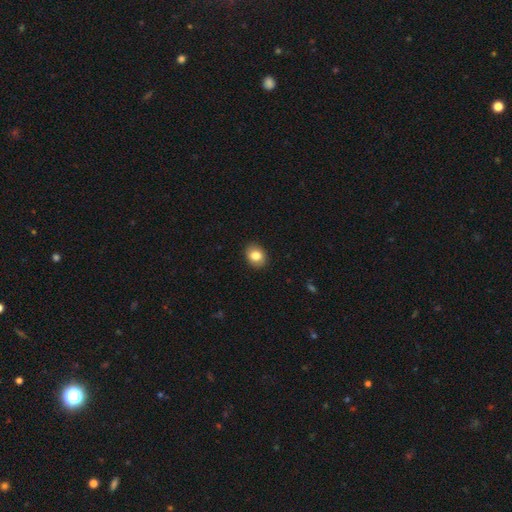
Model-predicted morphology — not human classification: smooth_or_featured: smooth (p=0.83) [alt: featured or disk p=0.09]
how_rounded: in between (p=0.50) [alt: round p=0.49]
merging: none (p=0.89) [alt: minor disturbance p=0.08]